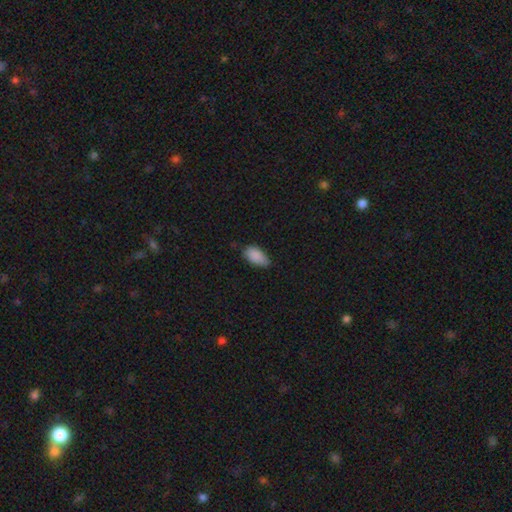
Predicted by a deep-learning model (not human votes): Morphology: type=smooth (88%); roundness=in between (93%); merging=none (67%).